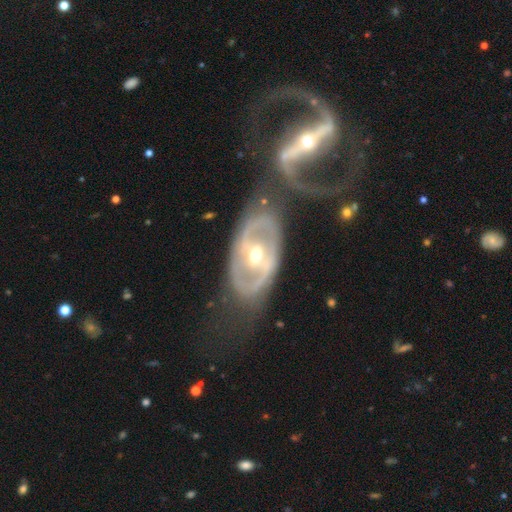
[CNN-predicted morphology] Smooth or featured?
  - featured or disk: 79% *
  - smooth: 16%
  - star or artifact: 5%
Edge-on disk?
  - no: 93% *
  - yes: 7%
Bar?
  - strong: 37% * (tied)
  - weak: 37% * (tied)
  - no: 26%
Spiral arms?
  - yes: 54% *
  - no: 46%
Bulge size?
  - moderate: 70% *
  - small: 24%
  - large: 4%
  - none: 1%
  - dominant: 1%
Merging?
  - none: 56% *
  - minor disturbance: 18%
  - merger: 14%
  - major disturbance: 13%